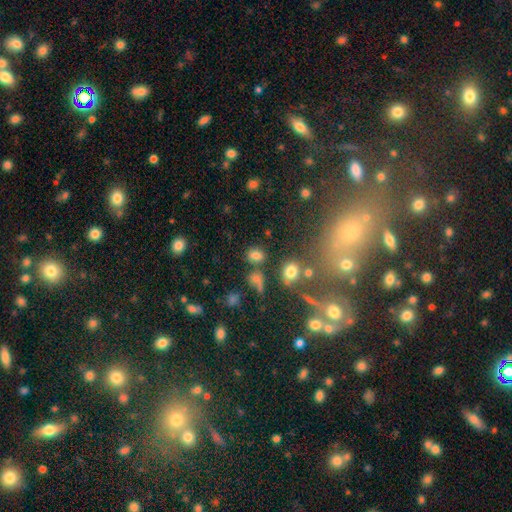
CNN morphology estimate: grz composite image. It shows a smooth galaxy with no disk features (74%) that is in between round and cigar-shaped (57%). Merging: none (68%).